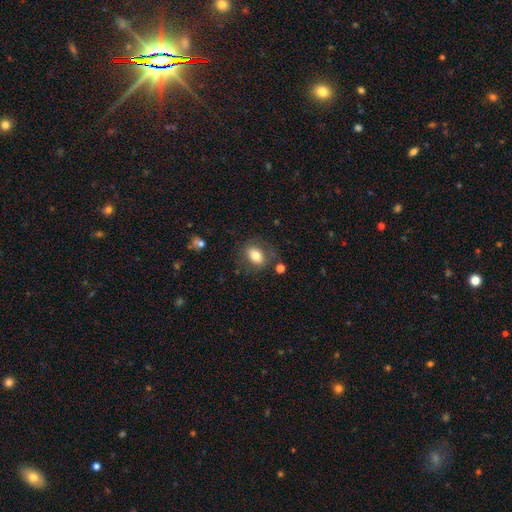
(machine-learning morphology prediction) Q: Smooth or featured?
A: smooth (77%); runner-up: featured or disk (14%)
Q: How rounded?
A: in between (76%); runner-up: round (23%)
Q: Merging?
A: none (74%); runner-up: minor disturbance (15%)